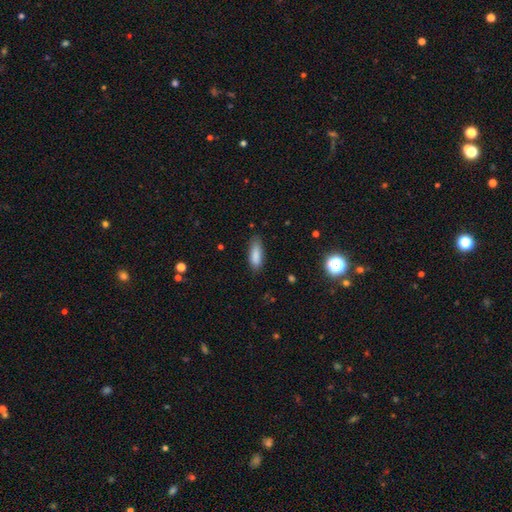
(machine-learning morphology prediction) A smooth galaxy with no disk features (86%) that is in between round and cigar-shaped (65%). Merging: none (78%).